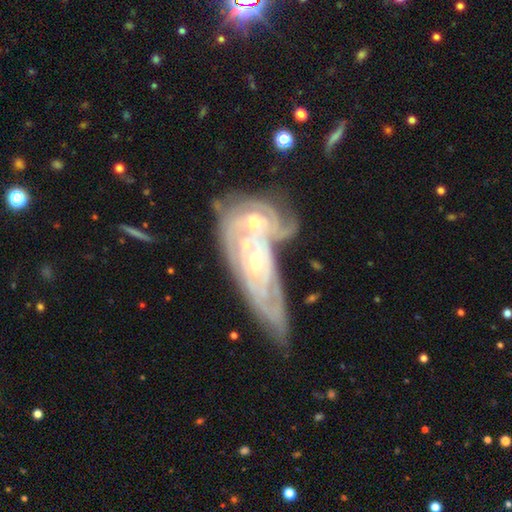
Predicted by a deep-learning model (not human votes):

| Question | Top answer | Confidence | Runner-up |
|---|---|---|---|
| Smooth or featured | featured or disk | 82% | smooth (11%) |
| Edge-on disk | no | 90% | yes (10%) |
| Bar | no | 70% | weak (23%) |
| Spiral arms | yes | 91% | no (9%) |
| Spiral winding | tight | 77% | medium (18%) |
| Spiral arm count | can't tell | 58% | 2 (16%) |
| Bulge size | small | 67% | moderate (28%) |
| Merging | merger | 65% | none (20%) |